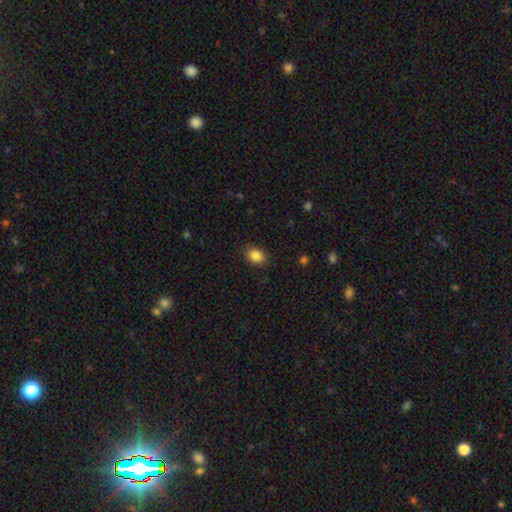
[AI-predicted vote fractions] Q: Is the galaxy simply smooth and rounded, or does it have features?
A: smooth — 87%.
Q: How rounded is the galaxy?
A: in between — 63%.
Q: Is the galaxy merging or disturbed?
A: none — 86%.